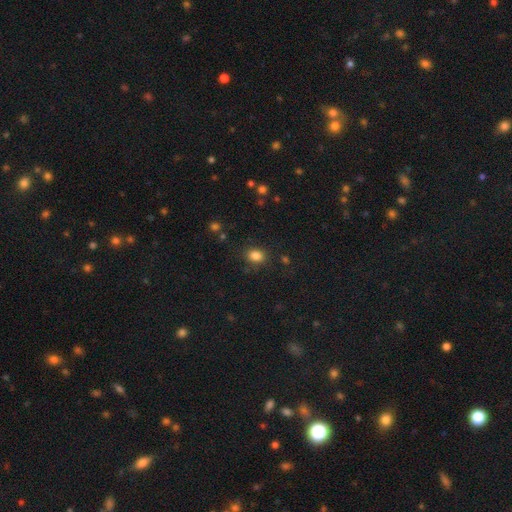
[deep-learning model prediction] The model was most divided on "how rounded": in between: 56%, round: 43%, cigar-shaped: 1%. More confident: smooth or featured — smooth (84%); merging — none (84%).